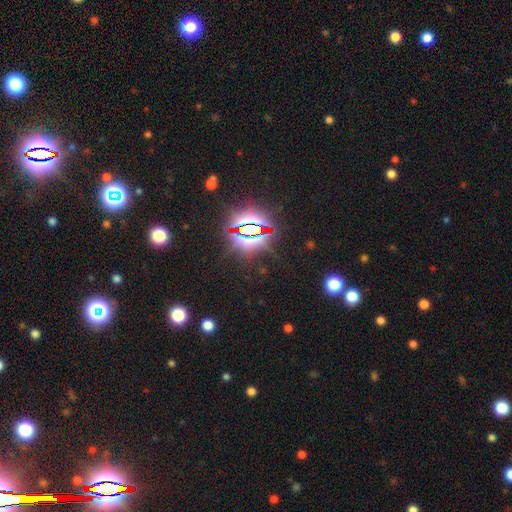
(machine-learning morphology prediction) star or artifact 83%, smooth 10%, featured or disk 7%.